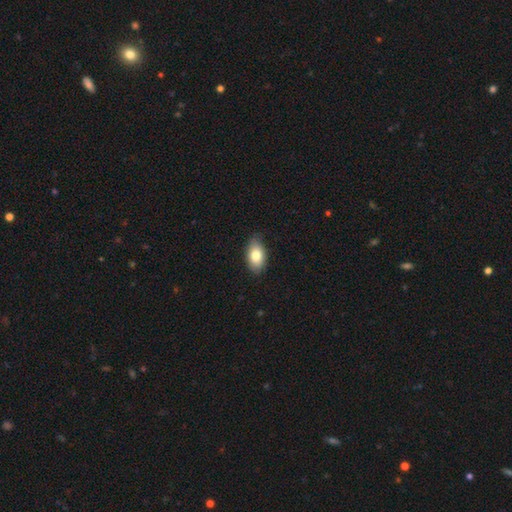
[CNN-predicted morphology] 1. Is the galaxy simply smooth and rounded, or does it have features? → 79% smooth, 13% featured or disk, 7% star or artifact.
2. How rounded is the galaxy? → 91% in between, 7% round, 2% cigar-shaped.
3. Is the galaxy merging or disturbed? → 82% none, 15% minor disturbance, 2% major disturbance, 1% merger.